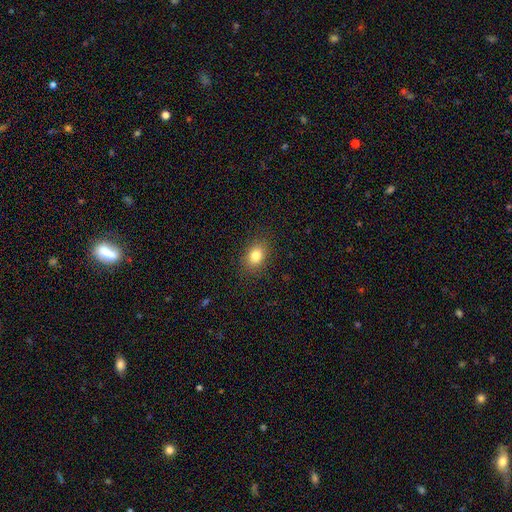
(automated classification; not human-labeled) smooth_or_featured: smooth (p=0.82) [alt: star or artifact p=0.10]
how_rounded: in between (p=0.70) [alt: round p=0.29]
merging: none (p=0.87) [alt: minor disturbance p=0.09]